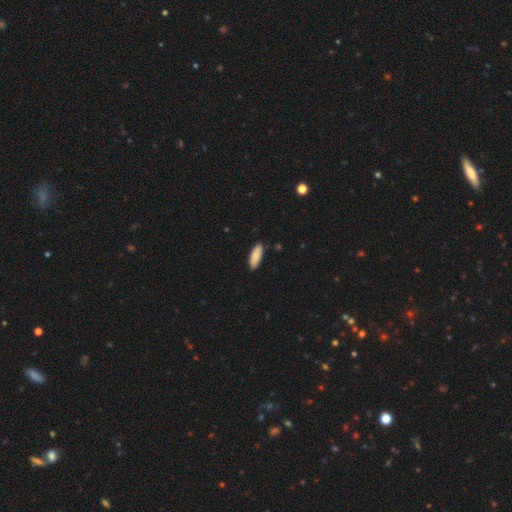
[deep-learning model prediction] A smooth galaxy with no disk features (89%) that is in between round and cigar-shaped (62%).

Vote fractions:
- Smooth or featured? smooth: 89% / star or artifact: 6% / featured or disk: 5%
- How rounded? in between: 62% / cigar-shaped: 37% / round: 2%
- Merging? none: 88% / minor disturbance: 9% / major disturbance: 2% / merger: 1%